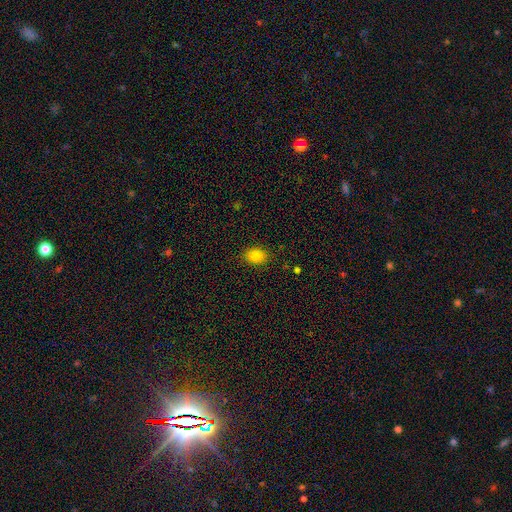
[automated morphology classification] Smooth or featured: smooth — 84% (star or artifact — 11%)
How rounded: in between — 68% (round — 31%)
Merging: none — 88% (minor disturbance — 9%)